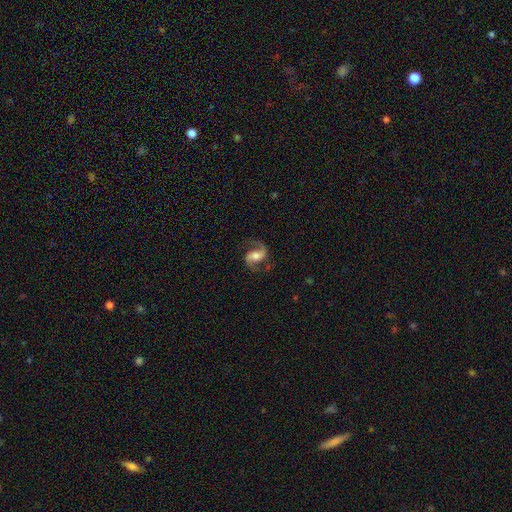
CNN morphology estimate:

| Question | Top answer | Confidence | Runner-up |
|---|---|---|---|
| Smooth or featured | featured or disk | 86% | smooth (8%) |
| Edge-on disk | no | 98% | yes (2%) |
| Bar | weak | 41% | no (32%) |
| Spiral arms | yes | 97% | no (3%) |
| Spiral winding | medium | 53% | loose (37%) |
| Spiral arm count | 2 | 92% | 1 (3%) |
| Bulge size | moderate | 54% | small (21%) |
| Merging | none | 78% | minor disturbance (13%) |